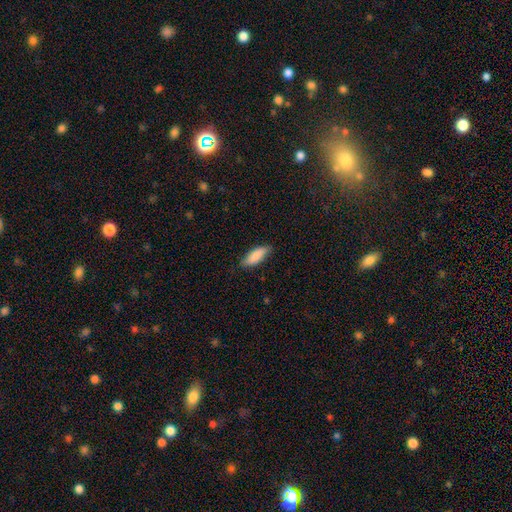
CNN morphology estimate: type=smooth (86%); roundness=in between (70%); merging=none (80%).